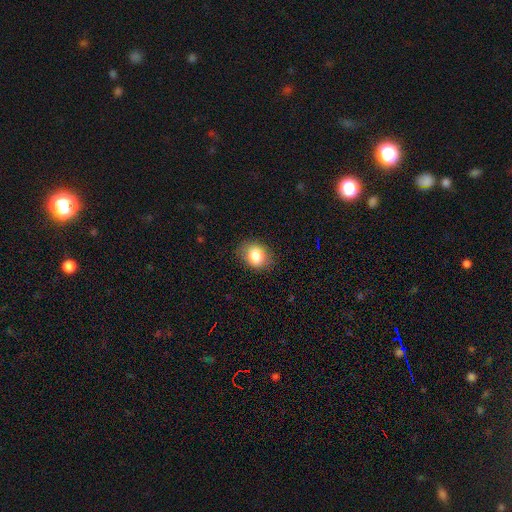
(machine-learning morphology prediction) Smooth or featured? Predicted: smooth (p=0.83). How rounded? Predicted: round (p=0.51). Merging? Predicted: none (p=0.82).